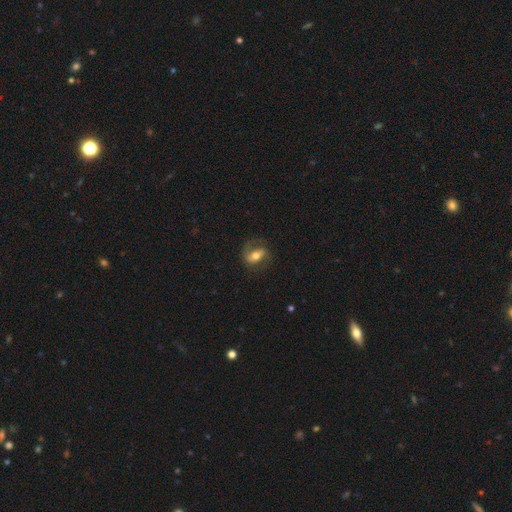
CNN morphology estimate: This is likely a featured or disk galaxy (63%). It is clearly not viewed edge-on (92%). Bar: marginally strong (44%). Spiral arm pattern: clearly yes (81%). Central bulge: likely moderate (66%). Merging: likely none (66%).